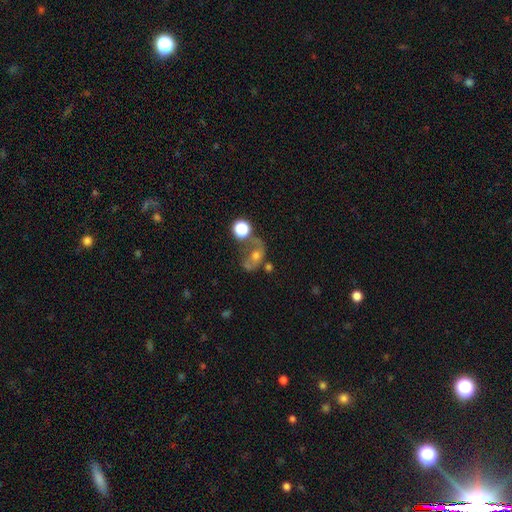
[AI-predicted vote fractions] Smooth or featured: featured or disk — 46% (smooth — 35%)
Merging: none — 32% (major disturbance — 28%)